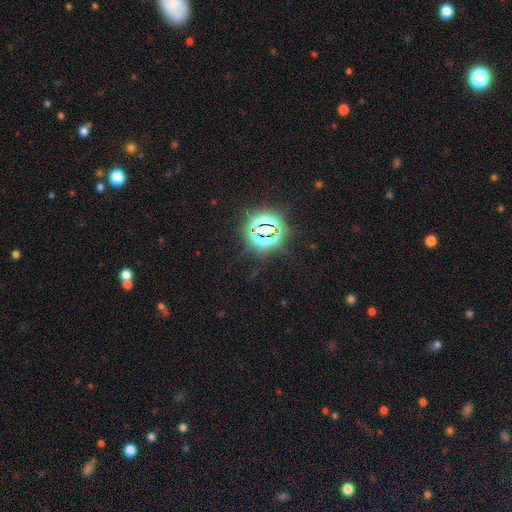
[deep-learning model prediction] smooth_or_featured: star or artifact (p=0.85) [alt: smooth p=0.09]